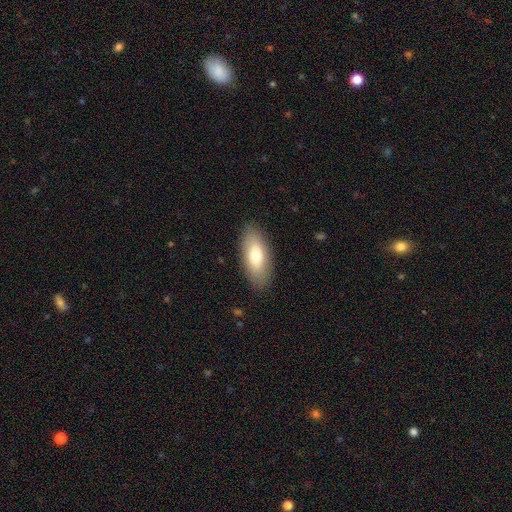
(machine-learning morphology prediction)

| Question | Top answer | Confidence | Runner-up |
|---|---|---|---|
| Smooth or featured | smooth | 72% | featured or disk (21%) |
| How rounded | in between | 81% | cigar-shaped (16%) |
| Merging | none | 87% | minor disturbance (9%) |